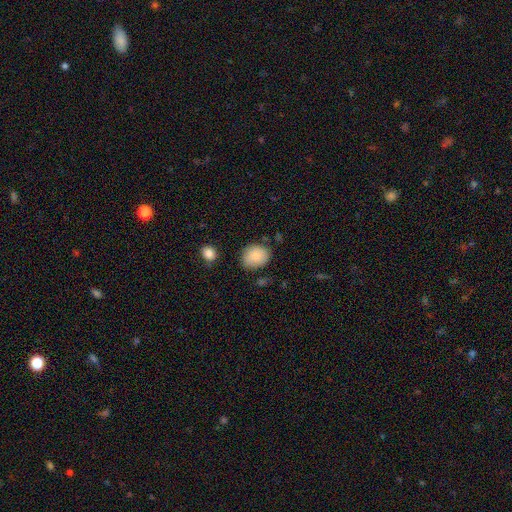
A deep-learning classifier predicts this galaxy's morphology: Smooth or featured? Predicted: smooth (p=0.86). How rounded? Predicted: round (p=0.58). Merging? Predicted: none (p=0.76).